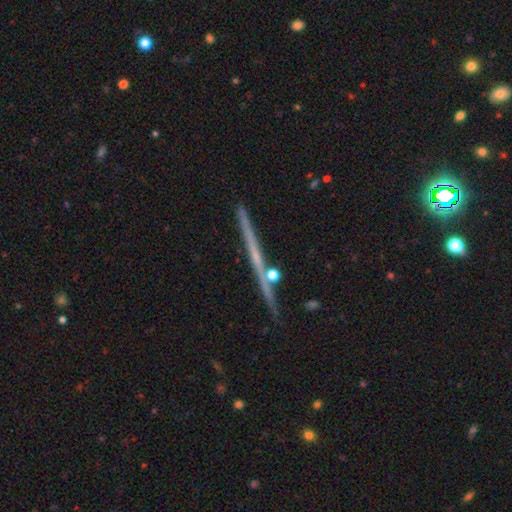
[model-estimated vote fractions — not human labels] Q: Smooth or featured?
A: featured or disk (68%); runner-up: smooth (24%)
Q: Edge-on disk?
A: yes (98%); runner-up: no (2%)
Q: Edge-on bulge?
A: none (74%); runner-up: rounded (22%)
Q: Merging?
A: none (87%); runner-up: minor disturbance (8%)